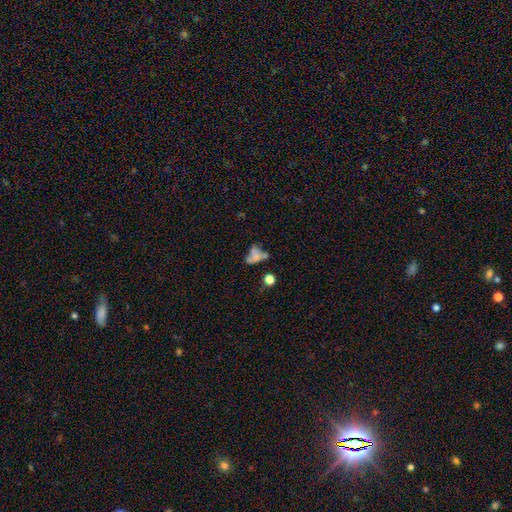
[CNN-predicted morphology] A smooth galaxy with no disk features (54%) that is in between round and cigar-shaped (76%).

Vote fractions:
- Smooth or featured? smooth: 54% / featured or disk: 29% / star or artifact: 17%
- How rounded? in between: 76% / round: 18% / cigar-shaped: 6%
- Merging? major disturbance: 27% (tied) / none: 27% (tied) / merger: 27% (tied) / minor disturbance: 19%